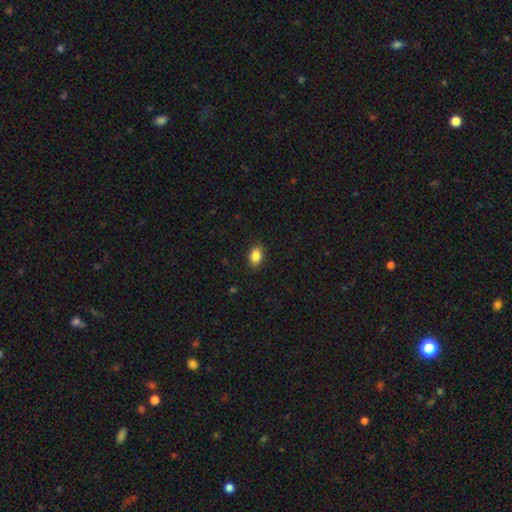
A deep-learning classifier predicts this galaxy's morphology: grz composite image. It shows a smooth galaxy with no disk features (86%) that is in between round and cigar-shaped (82%). Merging: none (88%).